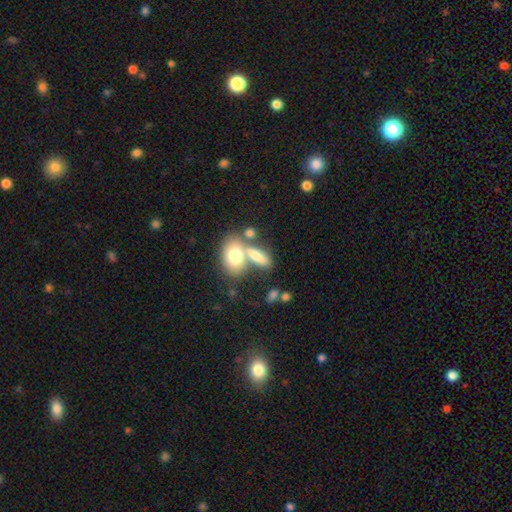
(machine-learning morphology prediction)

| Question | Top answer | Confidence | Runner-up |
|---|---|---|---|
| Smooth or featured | smooth | 75% | featured or disk (17%) |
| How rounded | in between | 77% | cigar-shaped (13%) |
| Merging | merger | 47% | none (37%) |